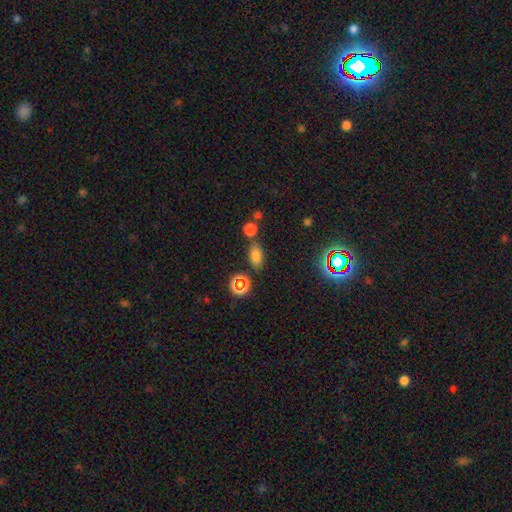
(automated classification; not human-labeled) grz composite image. It shows a smooth galaxy with no disk features (75%) that is in between round and cigar-shaped (83%). Merging: none (75%).